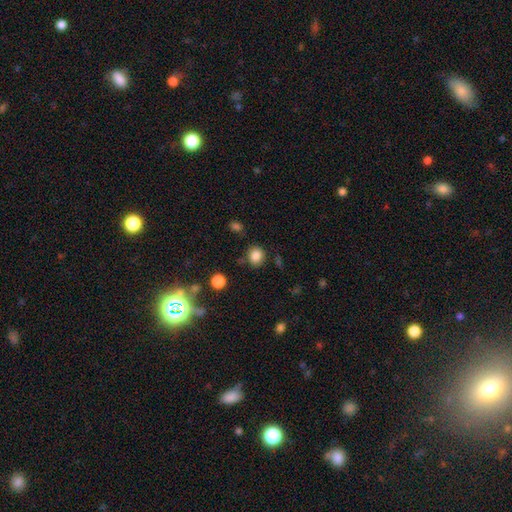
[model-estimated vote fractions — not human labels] Morphology: type=smooth (83%); roundness=round (77%); merging=none (81%).